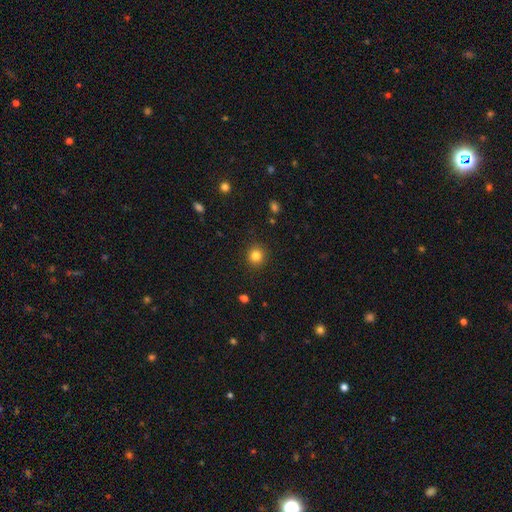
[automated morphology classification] A smooth galaxy with no disk features (83%) that is round (90%).

Vote fractions:
- Smooth or featured? smooth: 83% / star or artifact: 12% / featured or disk: 5%
- How rounded? round: 90% / in between: 9% / cigar-shaped: 1%
- Merging? none: 91% / minor disturbance: 6% / major disturbance: 2% / merger: 1%